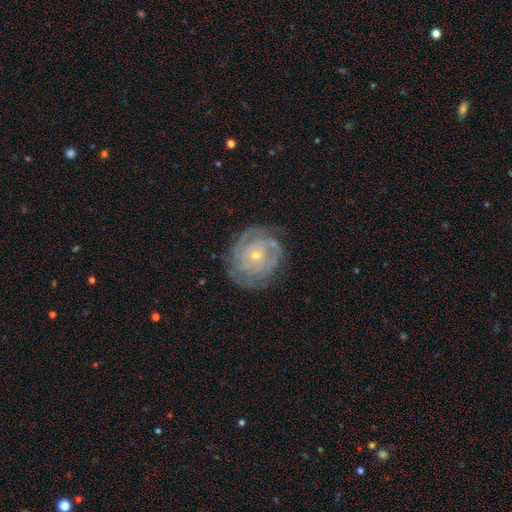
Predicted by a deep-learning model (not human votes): This appears to be a featured or disk galaxy (83%) with no bar (78%), tight (77%) spiral arms (92%) and a small central bulge (70%). Merging: none (73%).